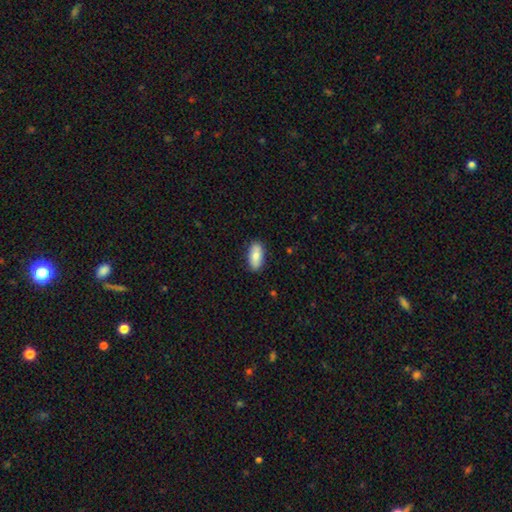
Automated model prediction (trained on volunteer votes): smooth-or-featured: smooth: 78% | featured or disk: 16% | star or artifact: 6%
  how-rounded: in between: 91% | cigar-shaped: 6% | round: 3%
  merging: none: 87% | minor disturbance: 10% | major disturbance: 2% | merger: 1%